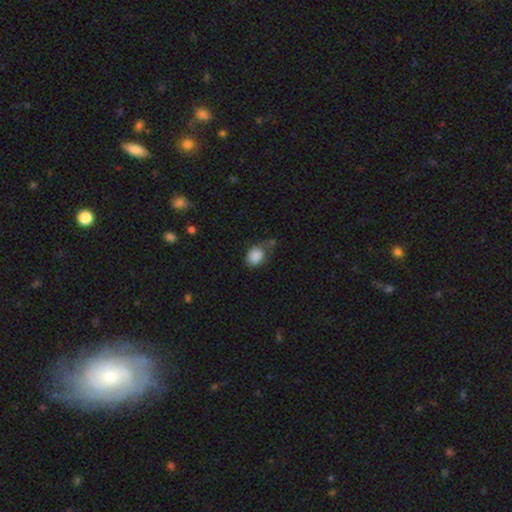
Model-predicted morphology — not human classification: type=smooth (87%); roundness=in between (54%); merging=none (44%).